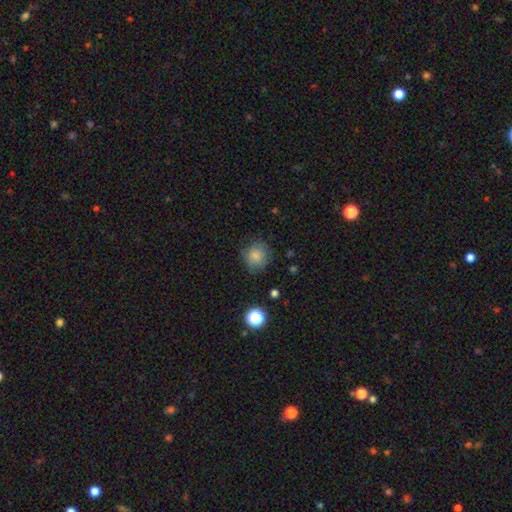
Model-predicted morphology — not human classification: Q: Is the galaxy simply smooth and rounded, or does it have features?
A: smooth — 81%.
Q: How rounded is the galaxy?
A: round — 84%.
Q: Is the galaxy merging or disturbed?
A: none — 75%.